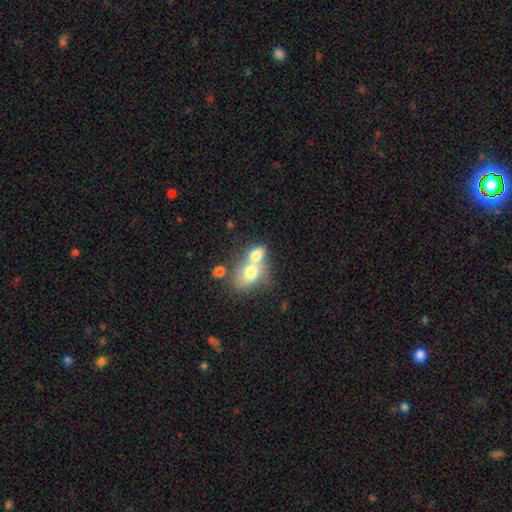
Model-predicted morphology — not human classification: Smooth or featured: smooth — 71% (featured or disk — 20%)
How rounded: in between — 69% (round — 29%)
Merging: merger — 72% (none — 18%)